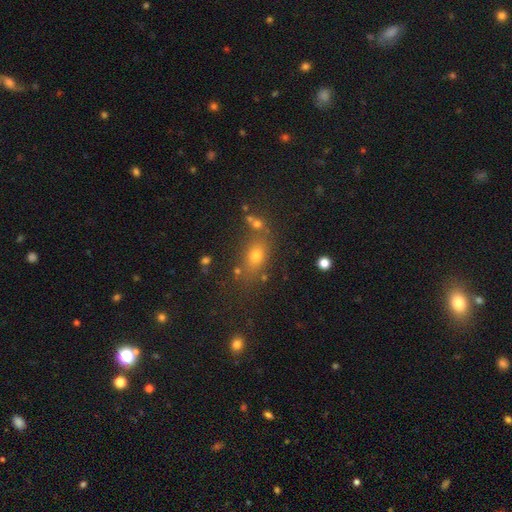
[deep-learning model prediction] Morphology: type=smooth (67%); roundness=in between (62%); merging=none (68%).